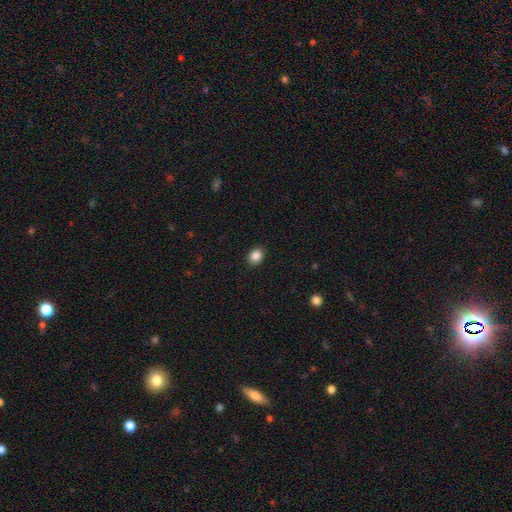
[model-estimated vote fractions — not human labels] smooth_or_featured: smooth (p=0.86) [alt: star or artifact p=0.10]
how_rounded: round (p=0.51) [alt: in between p=0.48]
merging: none (p=0.90) [alt: minor disturbance p=0.07]